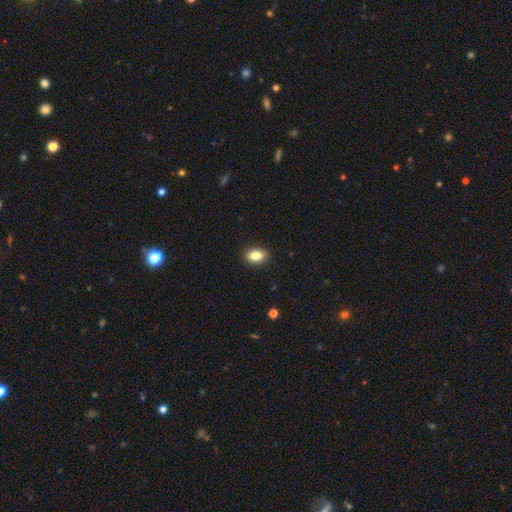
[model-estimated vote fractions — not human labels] Smooth or featured: smooth — 86% (star or artifact — 8%)
How rounded: in between — 82% (round — 17%)
Merging: none — 90% (minor disturbance — 8%)